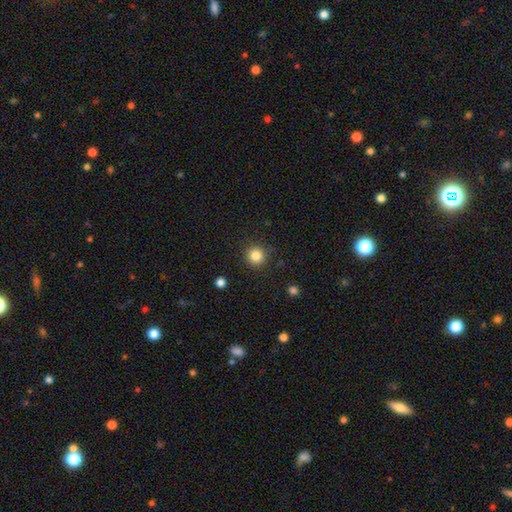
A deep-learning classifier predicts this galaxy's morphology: Smooth or featured: smooth — 84% (star or artifact — 11%)
How rounded: round — 94% (in between — 5%)
Merging: none — 90% (minor disturbance — 6%)